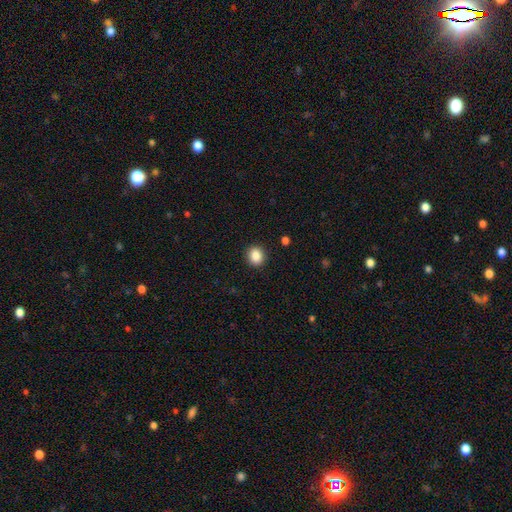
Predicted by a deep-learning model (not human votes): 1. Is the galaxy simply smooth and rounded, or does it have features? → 86% smooth, 9% star or artifact, 4% featured or disk.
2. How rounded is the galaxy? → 75% round, 24% in between, 1% cigar-shaped.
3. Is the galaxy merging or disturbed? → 92% none, 6% minor disturbance, 2% major disturbance, 1% merger.